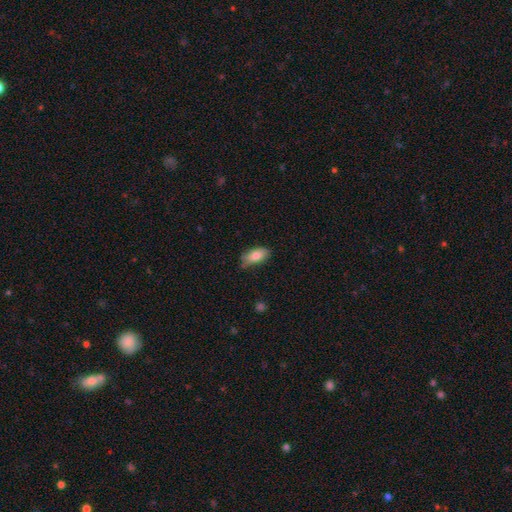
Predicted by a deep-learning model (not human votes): Morphology: type=smooth (81%); roundness=in between (89%); merging=none (64%).